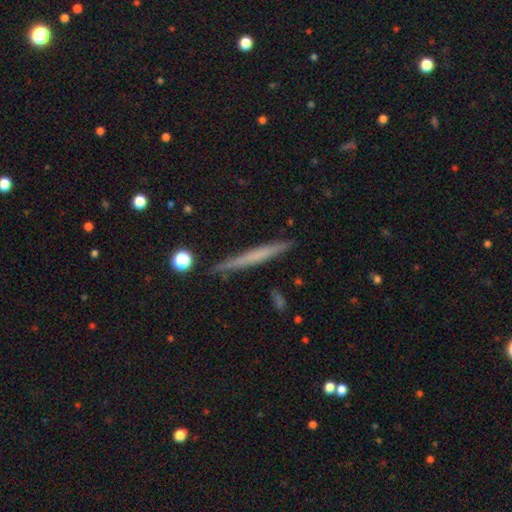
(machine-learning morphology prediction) Smooth or featured? Predicted: smooth (p=0.49). Merging? Predicted: none (p=0.88).